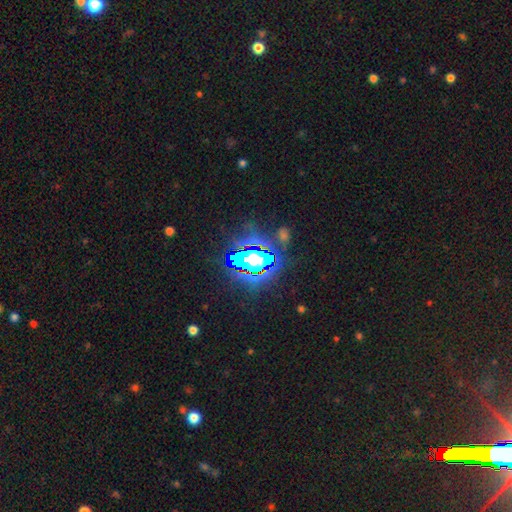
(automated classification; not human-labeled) Smooth or featured?
  - star or artifact: 82% *
  - smooth: 10%
  - featured or disk: 8%